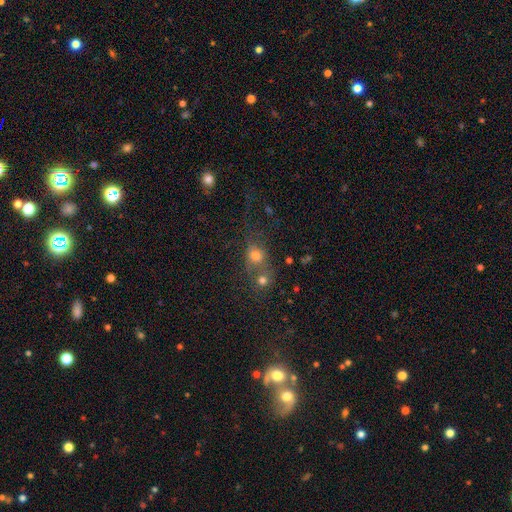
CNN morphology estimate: A smooth galaxy with no disk features (65%) that is round (72%).

Vote fractions:
- Smooth or featured? smooth: 65% / star or artifact: 21% / featured or disk: 14%
- How rounded? round: 72% / in between: 26% / cigar-shaped: 2%
- Merging? merger: 45% / none: 38% / minor disturbance: 10% / major disturbance: 8%